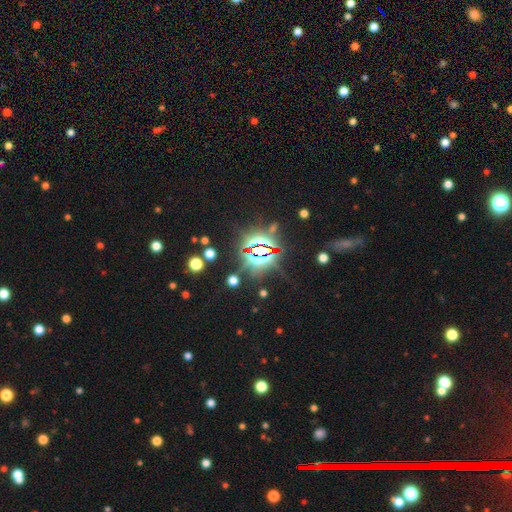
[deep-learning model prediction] A star or artifact, not a galaxy (82%).